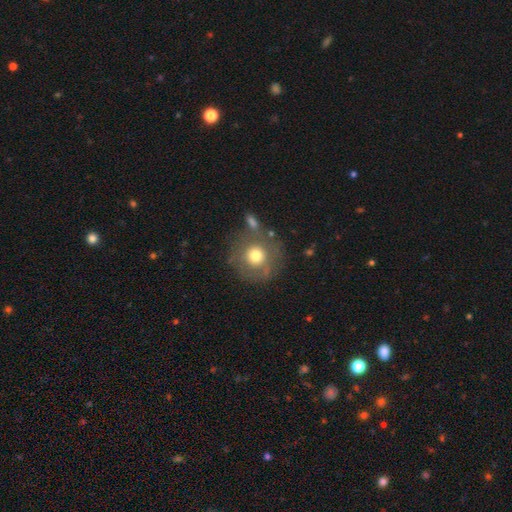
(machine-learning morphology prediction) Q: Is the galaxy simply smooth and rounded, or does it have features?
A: smooth — 66%.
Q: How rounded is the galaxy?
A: round — 93%.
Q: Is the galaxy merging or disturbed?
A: none — 67%.